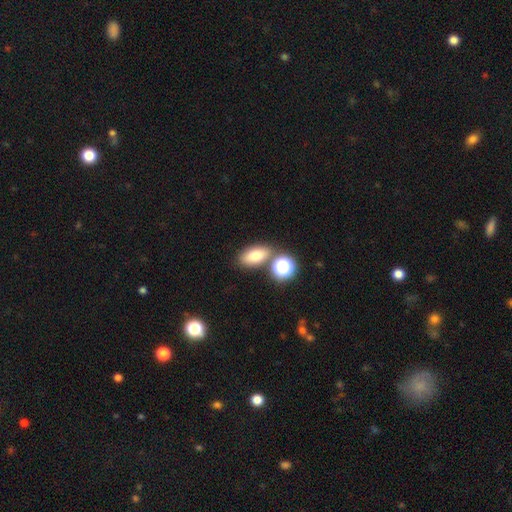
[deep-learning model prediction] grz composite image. It shows a smooth galaxy with no disk features (75%) that is in between round and cigar-shaped (79%). Merging: none (72%).